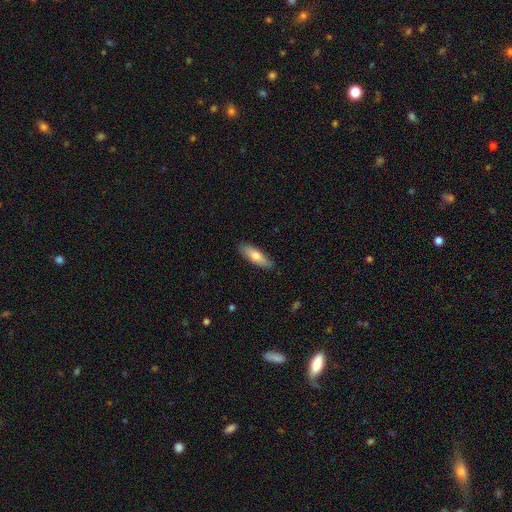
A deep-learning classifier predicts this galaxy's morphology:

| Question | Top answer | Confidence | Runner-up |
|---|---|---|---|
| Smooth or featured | smooth | 70% | featured or disk (24%) |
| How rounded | in between | 50% | cigar-shaped (48%) |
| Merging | none | 83% | minor disturbance (14%) |